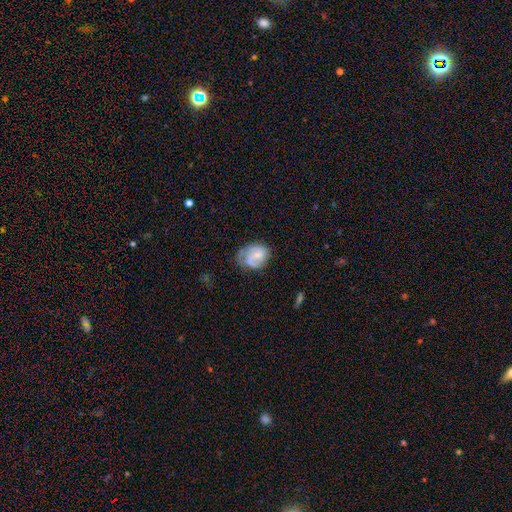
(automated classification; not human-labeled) Smooth or featured?
  - featured or disk: 64% *
  - smooth: 29%
  - star or artifact: 7%
Edge-on disk?
  - no: 98% *
  - yes: 2%
Bar?
  - no: 50% *
  - weak: 42%
  - strong: 8%
Spiral arms?
  - yes: 89% *
  - no: 11%
Spiral winding?
  - medium: 43% *
  - tight: 38%
  - loose: 19%
Spiral arm count?
  - 2: 55% *
  - 1: 17%
  - can't tell: 16%
  - 3: 8%
  - 4: 2%
  - more than 4: 2%
Bulge size?
  - small: 48% *
  - moderate: 29%
  - none: 19%
  - large: 3%
  - dominant: 1%
Merging?
  - none: 52% *
  - minor disturbance: 29%
  - major disturbance: 16%
  - merger: 2%